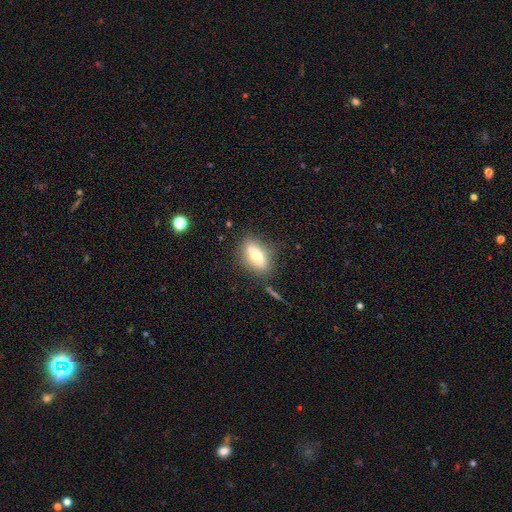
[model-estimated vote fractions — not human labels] Overall: smooth (56%; featured or disk 36%). How rounded: in between (73%). Merging: none (81%).